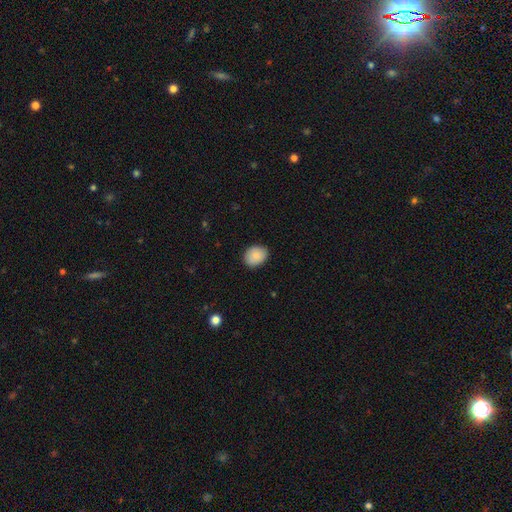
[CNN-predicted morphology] smooth-or-featured: smooth: 86% | star or artifact: 7% | featured or disk: 6%
  how-rounded: in between: 51% | round: 49% | cigar-shaped: 1%
  merging: none: 86% | minor disturbance: 11% | major disturbance: 2% | merger: 1%